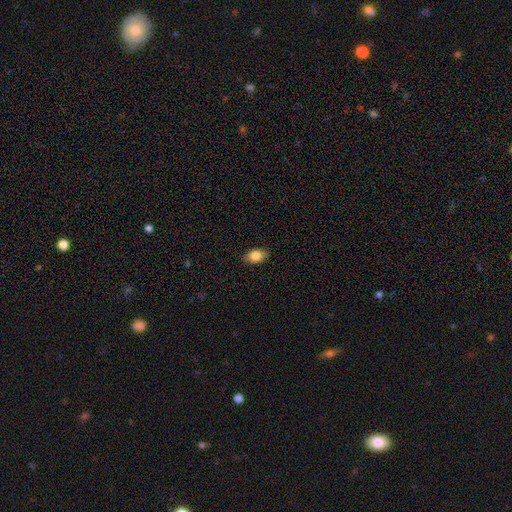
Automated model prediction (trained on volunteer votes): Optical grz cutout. It shows a smooth galaxy with no disk features (83%) that is in between round and cigar-shaped (85%). Merging: none (87%).